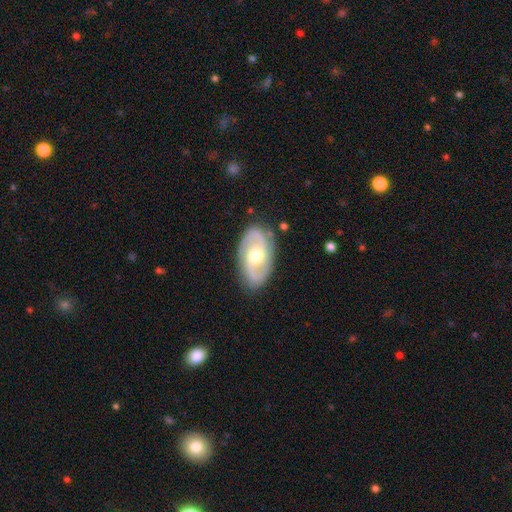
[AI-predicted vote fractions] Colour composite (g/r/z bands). It shows a featured or disk galaxy (83%) with no bar (56%), 2 (89%) medium (49%) spiral arms (93%) and a moderate central bulge (74%). Merging: none (83%).